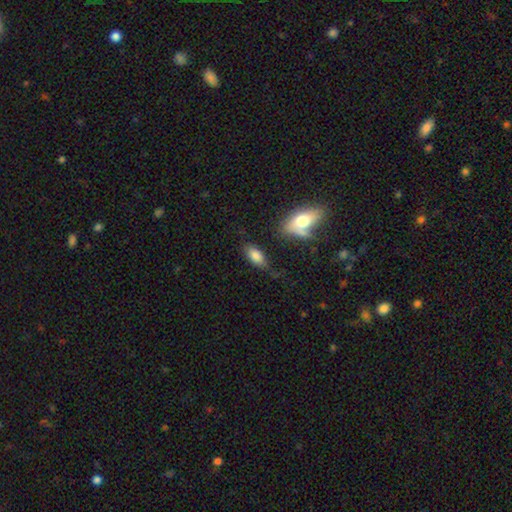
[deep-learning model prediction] A smooth galaxy with no disk features (81%) that is in between round and cigar-shaped (87%). Merging: none (66%).